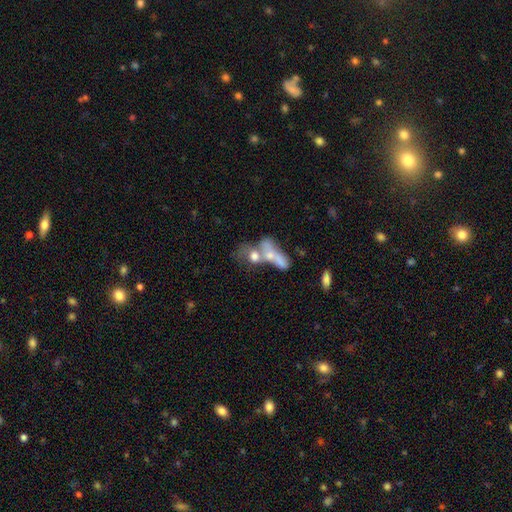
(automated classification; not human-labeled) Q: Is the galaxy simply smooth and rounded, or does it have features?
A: featured or disk — 45%.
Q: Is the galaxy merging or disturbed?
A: merger — 59%.